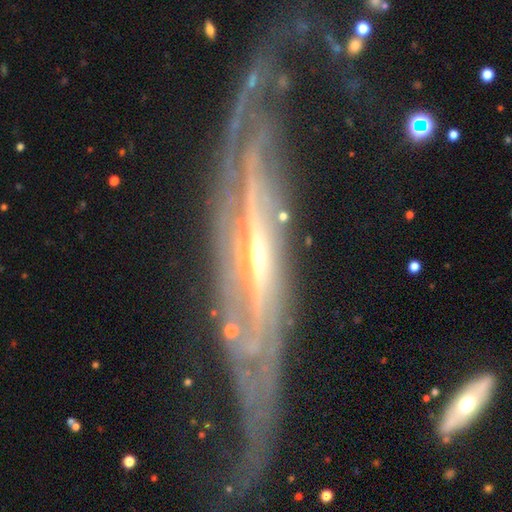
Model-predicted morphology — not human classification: Smooth or featured?
  - featured or disk: 86% *
  - smooth: 8%
  - star or artifact: 6%
Edge-on disk?
  - yes: 70% *
  - no: 30%
Edge-on bulge?
  - rounded: 64% *
  - none: 30%
  - boxy: 6%
Merging?
  - none: 71% *
  - minor disturbance: 18%
  - major disturbance: 8%
  - merger: 3%